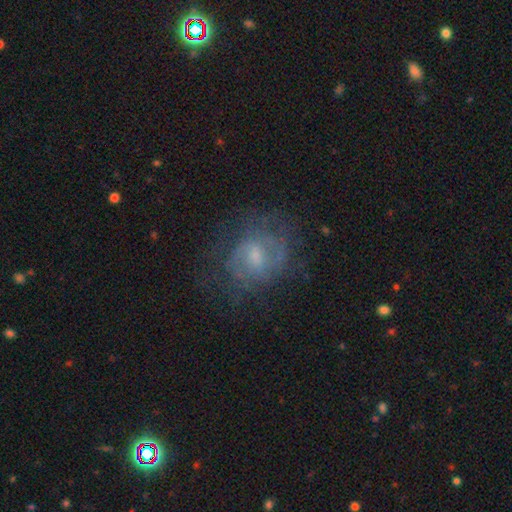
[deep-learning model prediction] The model was most divided on "bar": weak: 48%, no: 43%, strong: 8%. Remaining: edge-on disk — no (97%); spiral arms — yes (71%); smooth or featured — featured or disk (63%); merging — none (59%); bulge size — moderate (43%).